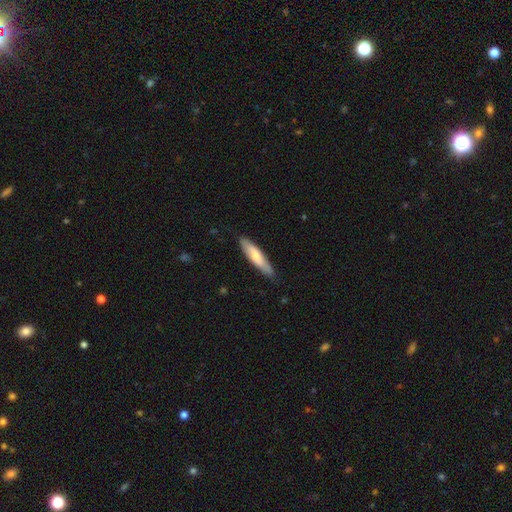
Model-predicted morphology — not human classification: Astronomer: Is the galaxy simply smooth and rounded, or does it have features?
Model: smooth — 66%.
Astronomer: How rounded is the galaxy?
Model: cigar-shaped — 74%.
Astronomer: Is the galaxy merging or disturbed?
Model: none — 84%.